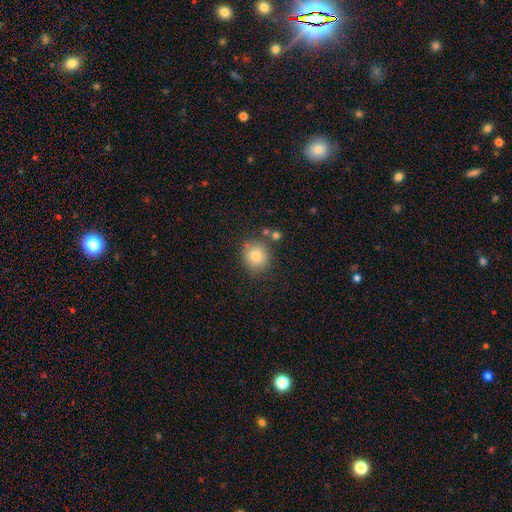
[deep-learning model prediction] Morphology: type=smooth (81%); roundness=round (79%); merging=none (77%).